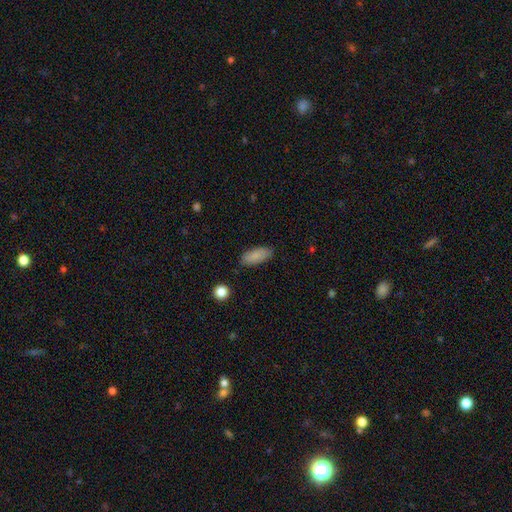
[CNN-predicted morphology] Q: Smooth or featured?
A: smooth (84%); runner-up: featured or disk (9%)
Q: How rounded?
A: in between (85%); runner-up: cigar-shaped (12%)
Q: Merging?
A: none (83%); runner-up: minor disturbance (13%)